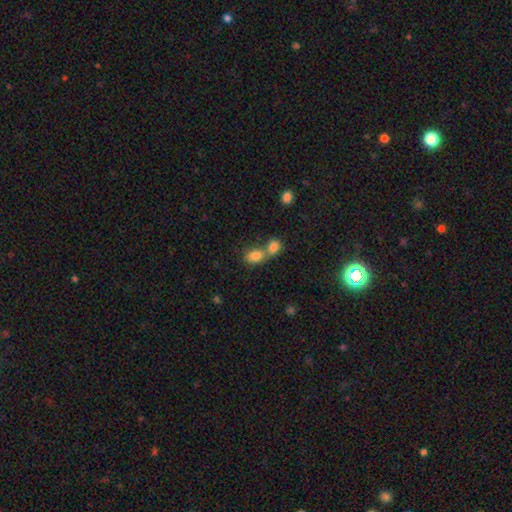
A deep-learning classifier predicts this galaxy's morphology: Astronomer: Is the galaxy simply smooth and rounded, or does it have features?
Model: smooth — 82%.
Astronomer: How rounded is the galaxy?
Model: in between — 75%.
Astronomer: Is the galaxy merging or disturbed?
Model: merger — 59%.